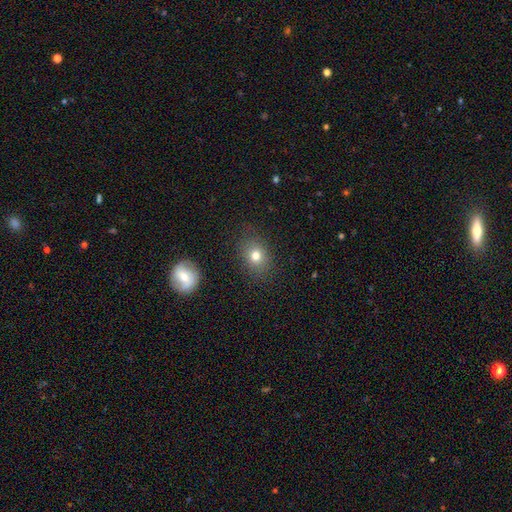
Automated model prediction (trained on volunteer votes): smooth 76%, star or artifact 13%, featured or disk 11%. Down the decision tree: how rounded — round (50%); merging — none (82%).